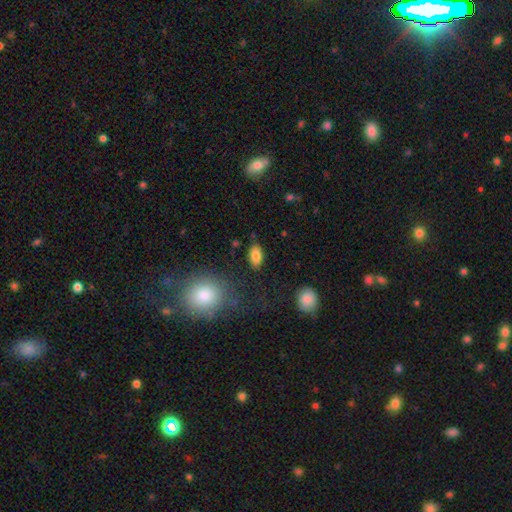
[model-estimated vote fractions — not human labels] Morphology: type=smooth (82%); roundness=in between (91%); merging=none (84%).